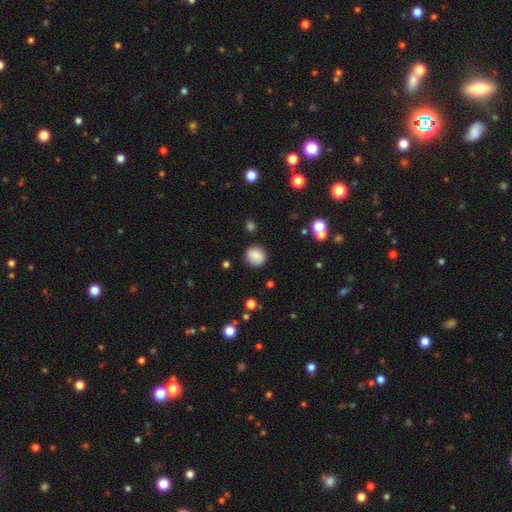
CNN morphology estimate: The model was most divided on "how rounded": round: 83%, in between: 16%, cigar-shaped: 1%. More confident: merging — none (85%); smooth or featured — smooth (83%).